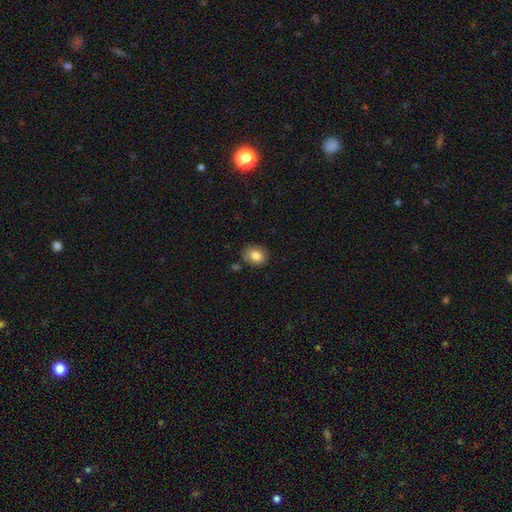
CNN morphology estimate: A smooth galaxy with no disk features (83%) that is in between round and cigar-shaped (50%). Merging: none (78%).